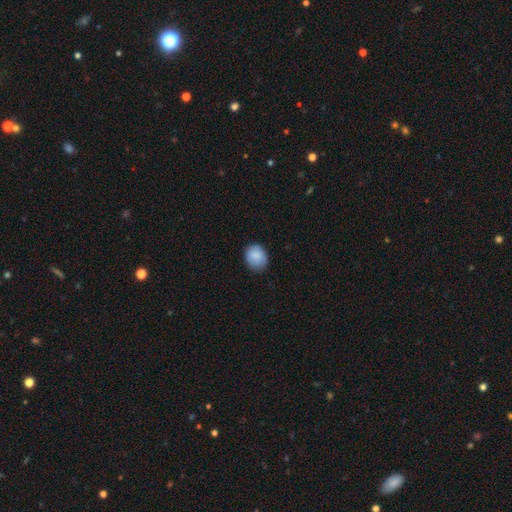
Overall: smooth (77%). How rounded: round (57%; in between 40%). Merging: none (83%).